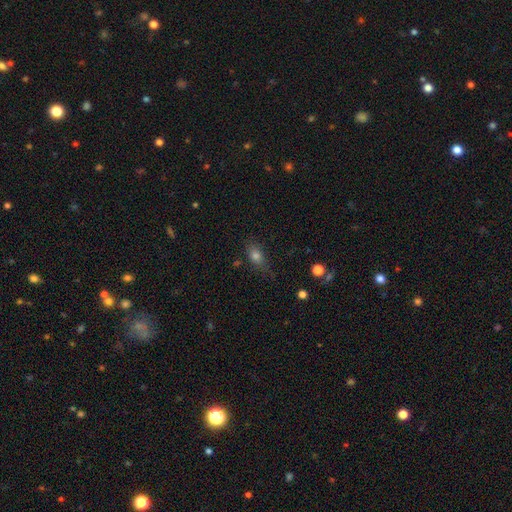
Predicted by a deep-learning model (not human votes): Smooth or featured: smooth — 76% (star or artifact — 12%)
How rounded: in between — 75% (round — 17%)
Merging: none — 67% (minor disturbance — 23%)